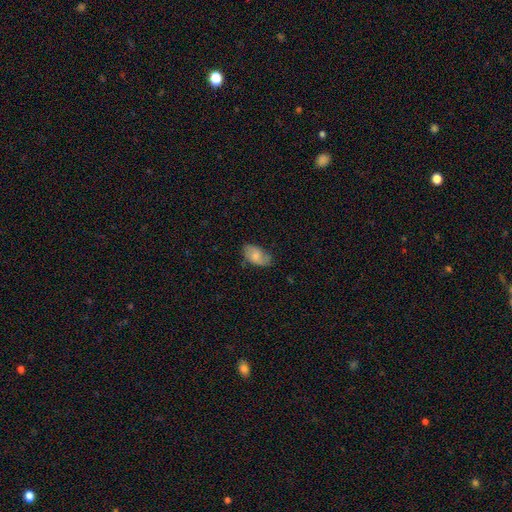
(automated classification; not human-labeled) A smooth galaxy with no disk features (64%) that is in between round and cigar-shaped (93%).

Vote fractions:
- Smooth or featured? smooth: 64% / featured or disk: 29% / star or artifact: 7%
- How rounded? in between: 93% / round: 5% / cigar-shaped: 2%
- Merging? none: 68% / minor disturbance: 25% / major disturbance: 6% / merger: 1%